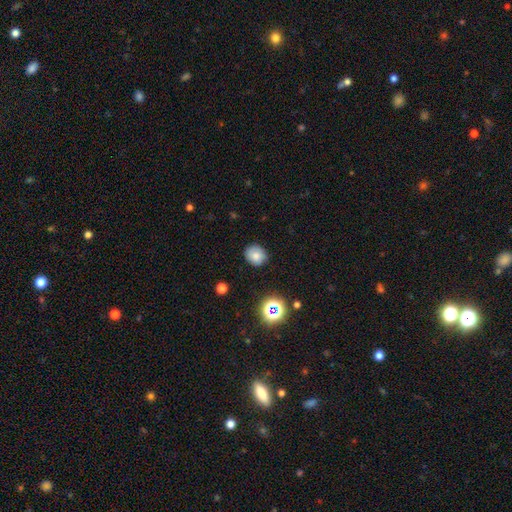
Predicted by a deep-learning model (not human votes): Smooth or featured? smooth (78%)
How rounded? round (69%)
Merging? none (80%)